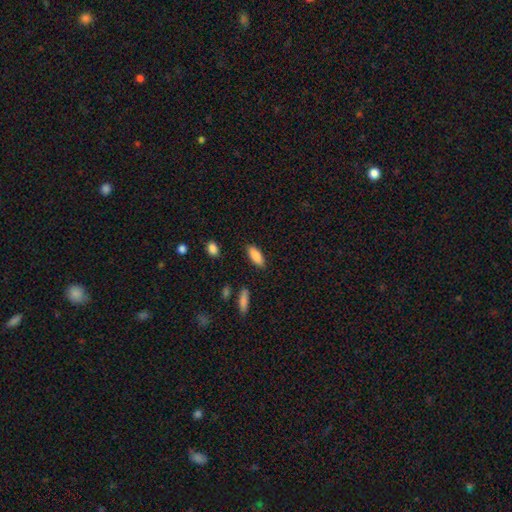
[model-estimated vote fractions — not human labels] smooth_or_featured: smooth (p=0.86) [alt: featured or disk p=0.07]
how_rounded: in between (p=0.77) [alt: cigar-shaped p=0.21]
merging: none (p=0.86) [alt: minor disturbance p=0.10]